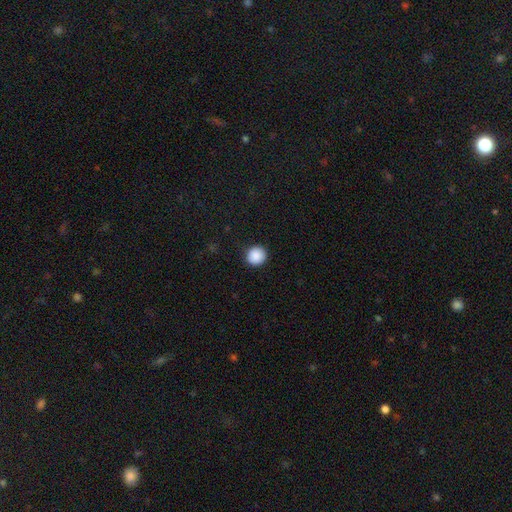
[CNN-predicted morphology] type=smooth (89%); roundness=round (94%); merging=none (91%).